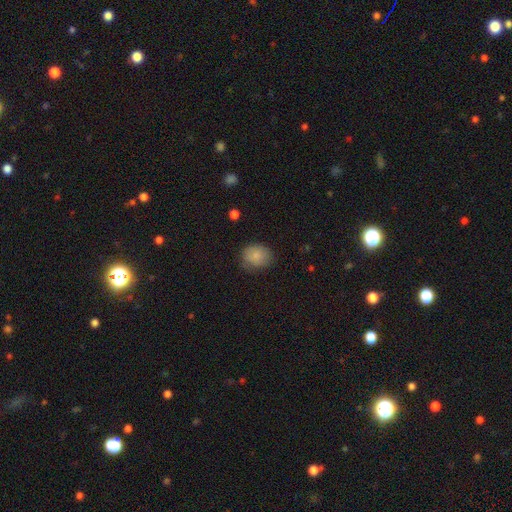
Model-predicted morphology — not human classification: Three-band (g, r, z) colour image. It shows a smooth galaxy with no disk features (83%) that is round (63%). Merging: none (70%).